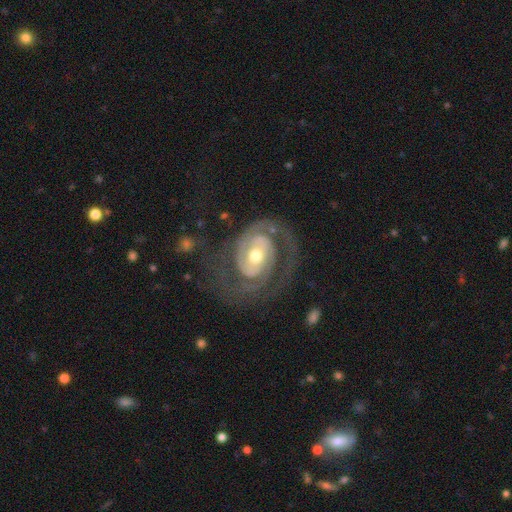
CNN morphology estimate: featured or disk 90%, smooth 6%, star or artifact 4%. Down the decision tree: edge-on disk — no (97%); bar — no (49%); spiral arms — yes (96%); spiral arm count — 2 (71%); spiral winding — tight (56%); bulge size — moderate (65%); merging — none (63%).